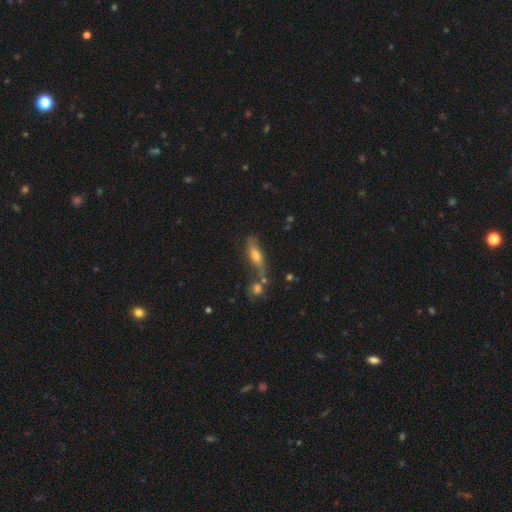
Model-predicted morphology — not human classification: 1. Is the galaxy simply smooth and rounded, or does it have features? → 54% smooth, 37% featured or disk, 9% star or artifact.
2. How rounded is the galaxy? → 48% in between (tied), 48% cigar-shaped (tied), 4% round.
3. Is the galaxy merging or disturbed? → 53% none, 23% merger, 17% minor disturbance, 7% major disturbance.